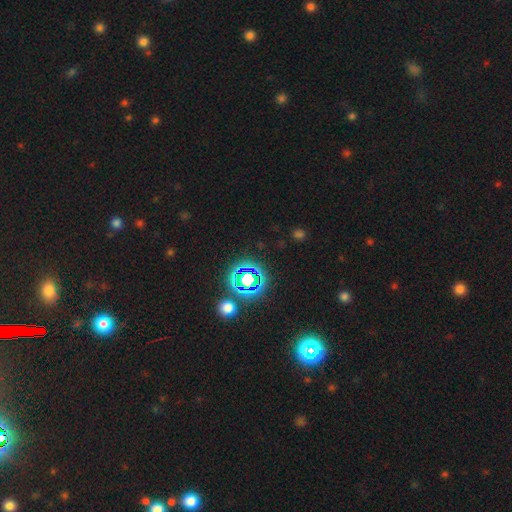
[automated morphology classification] Smooth or featured: star or artifact — 74% (smooth — 19%)